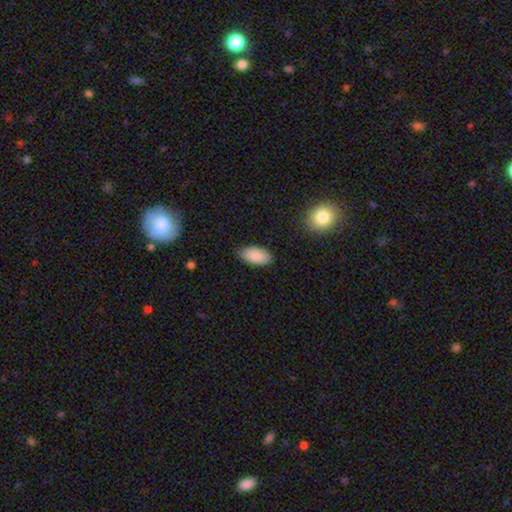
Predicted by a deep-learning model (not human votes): smooth_or_featured: smooth (p=0.88) [alt: star or artifact p=0.07]
how_rounded: in between (p=0.95) [alt: cigar-shaped p=0.03]
merging: none (p=0.84) [alt: minor disturbance p=0.12]